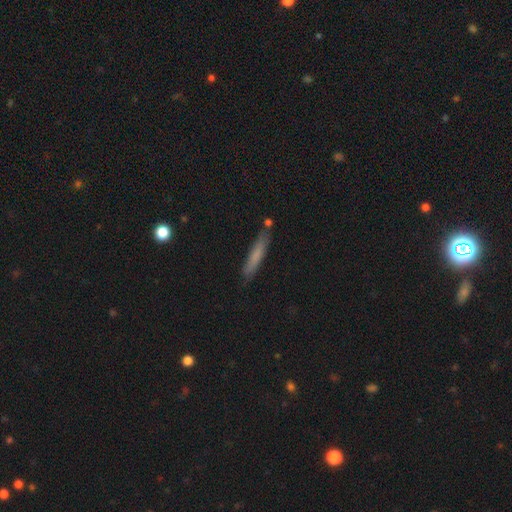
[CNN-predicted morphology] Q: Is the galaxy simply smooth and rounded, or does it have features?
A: smooth — 69%.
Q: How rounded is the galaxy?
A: cigar-shaped — 93%.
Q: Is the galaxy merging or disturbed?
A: none — 81%.